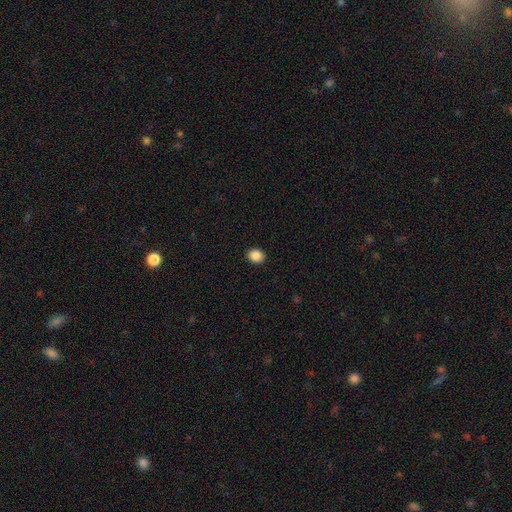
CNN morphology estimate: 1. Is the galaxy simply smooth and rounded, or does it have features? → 87% smooth, 9% star or artifact, 4% featured or disk.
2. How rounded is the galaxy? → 59% round, 40% in between, 1% cigar-shaped.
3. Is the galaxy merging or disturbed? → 92% none, 6% minor disturbance, 2% major disturbance, 1% merger.